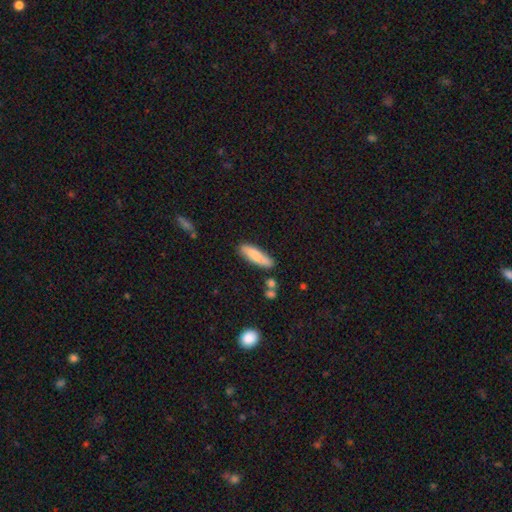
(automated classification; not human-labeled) Smooth or featured? Predicted: smooth (p=0.79). How rounded? Predicted: cigar-shaped (p=0.65). Merging? Predicted: none (p=0.78).